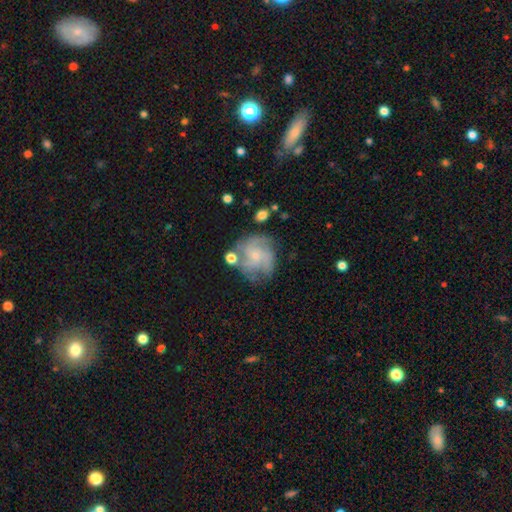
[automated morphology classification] Smooth or featured: featured or disk — 69% (smooth — 23%)
Edge-on disk: no — 98% (yes — 2%)
Bar: no — 73% (weak — 23%)
Spiral arms: yes — 85% (no — 15%)
Spiral winding: medium — 42% (tight — 38%)
Spiral arm count: can't tell — 31% (3 — 24%)
Bulge size: small — 73% (moderate — 18%)
Merging: none — 59% (minor disturbance — 21%)